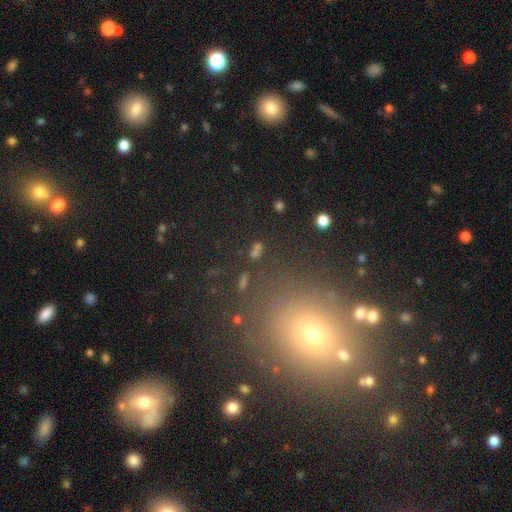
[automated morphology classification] The model was most divided on "smooth or featured": smooth: 48%, star or artifact: 38%, featured or disk: 14%. More confident: merging — none (79%).